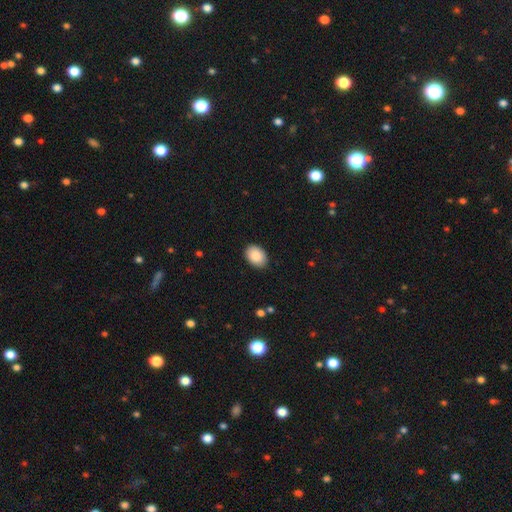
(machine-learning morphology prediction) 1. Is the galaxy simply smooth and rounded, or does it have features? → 89% smooth, 7% star or artifact, 4% featured or disk.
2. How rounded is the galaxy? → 80% in between, 20% round, 1% cigar-shaped.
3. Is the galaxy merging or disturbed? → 89% none, 8% minor disturbance, 2% major disturbance, 1% merger.